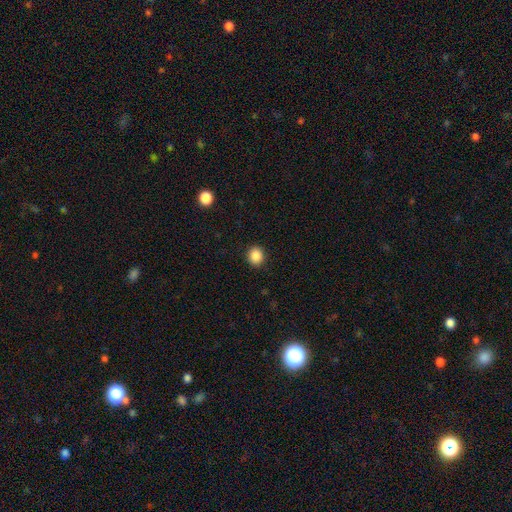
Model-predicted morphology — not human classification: Smooth or featured?
  - smooth: 87% *
  - star or artifact: 10%
  - featured or disk: 3%
How rounded?
  - round: 81% *
  - in between: 18%
  - cigar-shaped: 1%
Merging?
  - none: 91% *
  - minor disturbance: 6%
  - major disturbance: 2%
  - merger: 1%